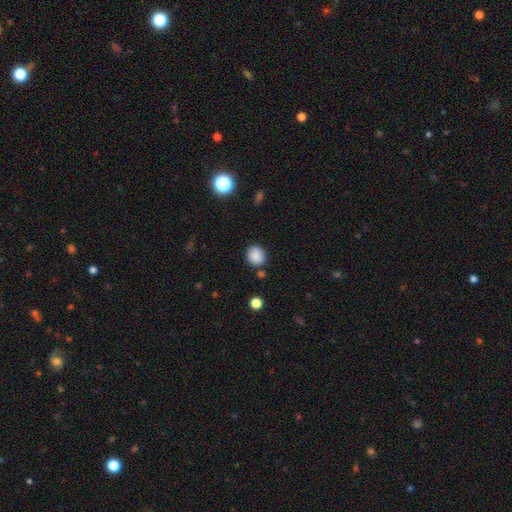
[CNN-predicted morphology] Smooth or featured? smooth (87%)
How rounded? round (72%)
Merging? none (81%)